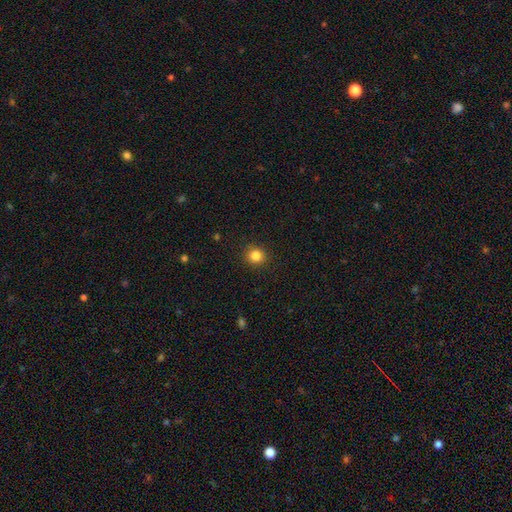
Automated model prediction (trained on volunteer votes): Morphology: type=smooth (84%); roundness=round (92%); merging=none (91%).